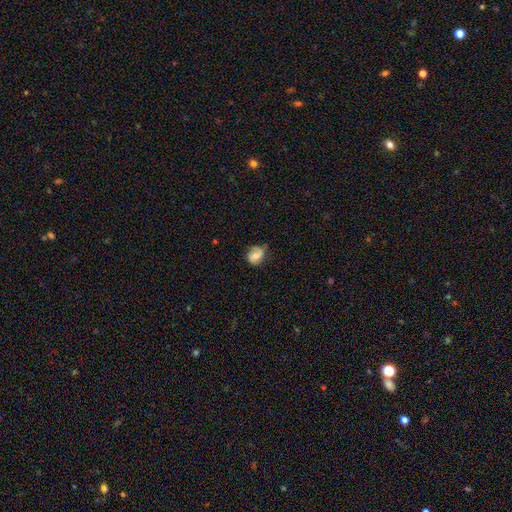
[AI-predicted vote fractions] Smooth or featured? Predicted: smooth (p=0.53). How rounded? Predicted: round (p=0.51). Merging? Predicted: none (p=0.54).